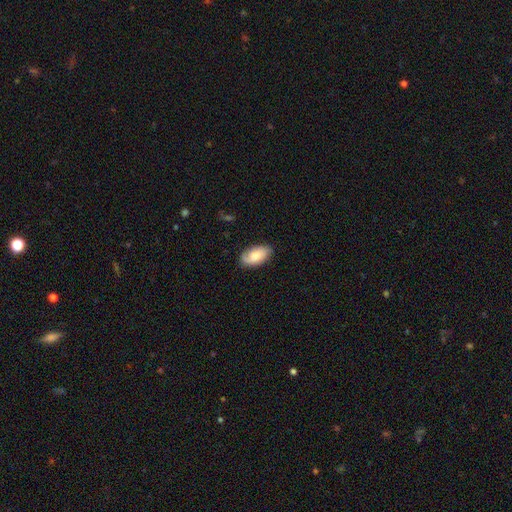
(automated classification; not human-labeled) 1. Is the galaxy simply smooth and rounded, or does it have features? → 68% smooth, 25% featured or disk, 7% star or artifact.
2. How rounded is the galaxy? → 94% in between, 3% round, 3% cigar-shaped.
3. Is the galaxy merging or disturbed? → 79% none, 17% minor disturbance, 4% major disturbance, 1% merger.